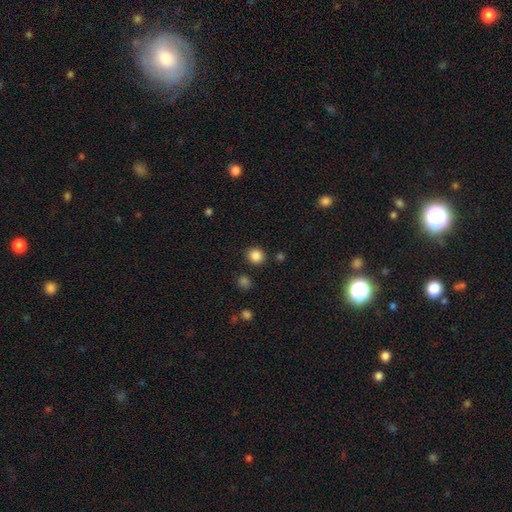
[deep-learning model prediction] smooth_or_featured: smooth (p=0.86) [alt: star or artifact p=0.11]
how_rounded: round (p=0.82) [alt: in between p=0.17]
merging: none (p=0.87) [alt: minor disturbance p=0.07]